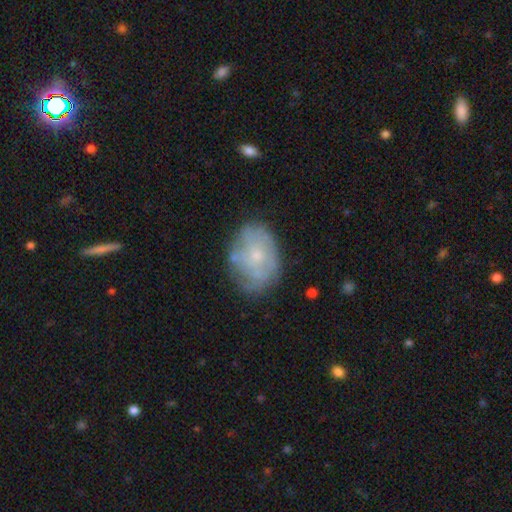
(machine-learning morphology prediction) The model was most divided on "smooth or featured": featured or disk: 50%, smooth: 42%, star or artifact: 8%. More confident: merging — none (65%).